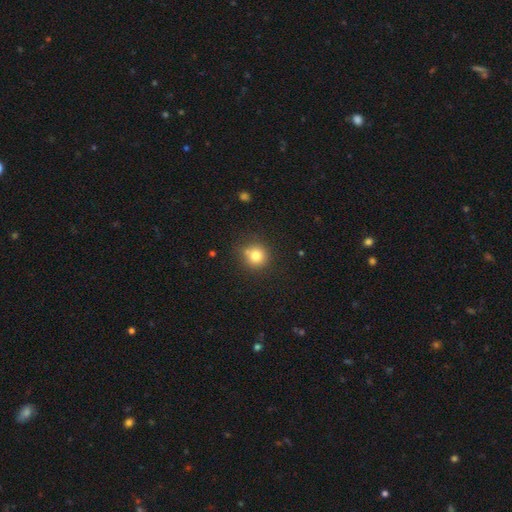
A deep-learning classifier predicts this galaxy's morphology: Smooth or featured? smooth (78%)
How rounded? round (91%)
Merging? none (74%)